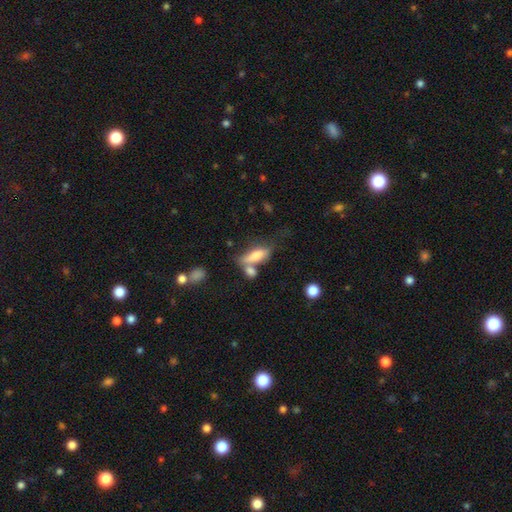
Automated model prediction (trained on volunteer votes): This appears to be a smooth galaxy with no disk features (70%) that is in between round and cigar-shaped (60%). Merging: merger (40%).